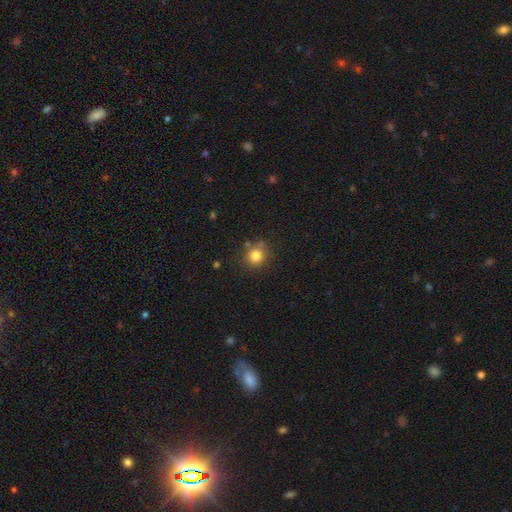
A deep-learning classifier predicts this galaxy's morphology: smooth_or_featured: smooth (p=0.81) [alt: star or artifact p=0.12]
how_rounded: round (p=0.85) [alt: in between p=0.14]
merging: none (p=0.74) [alt: minor disturbance p=0.15]